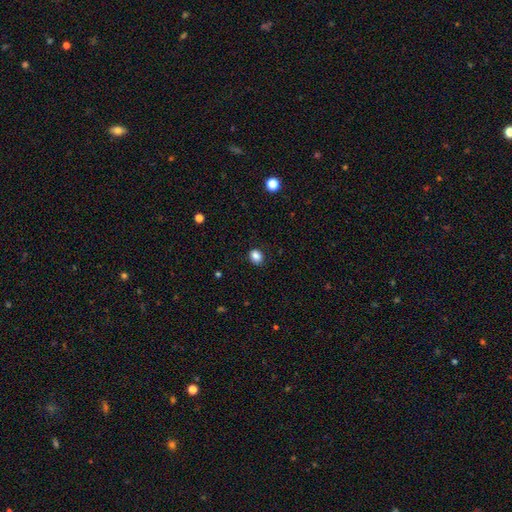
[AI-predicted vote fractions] The model was most divided on "how rounded": round: 53%, in between: 47%, cigar-shaped: 1%. More confident: merging — none (86%); smooth or featured — smooth (85%).